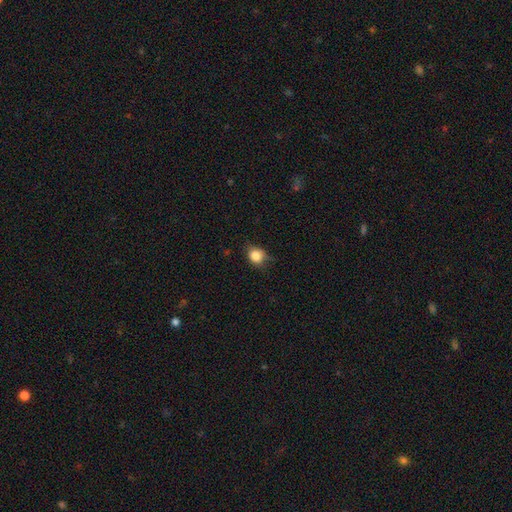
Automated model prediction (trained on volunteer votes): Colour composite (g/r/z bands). It shows a smooth galaxy with no disk features (84%) that is round (67%). Merging: none (67%).